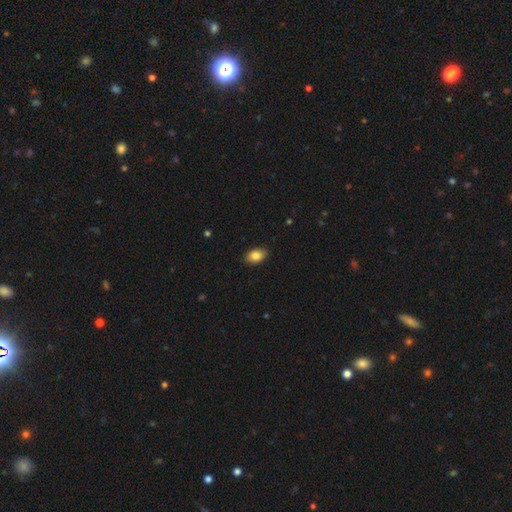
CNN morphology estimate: A smooth galaxy with no disk features (85%) that is in between round and cigar-shaped (87%). Merging: none (88%).